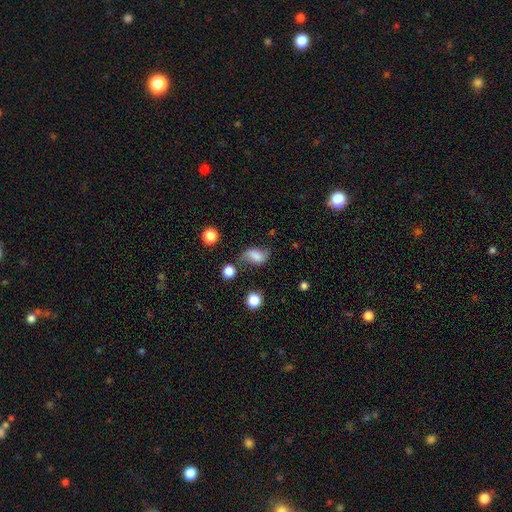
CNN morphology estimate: Overall: smooth (59%; featured or disk 29%). How rounded: in between (80%). Merging: none (56%; minor disturbance 26%).